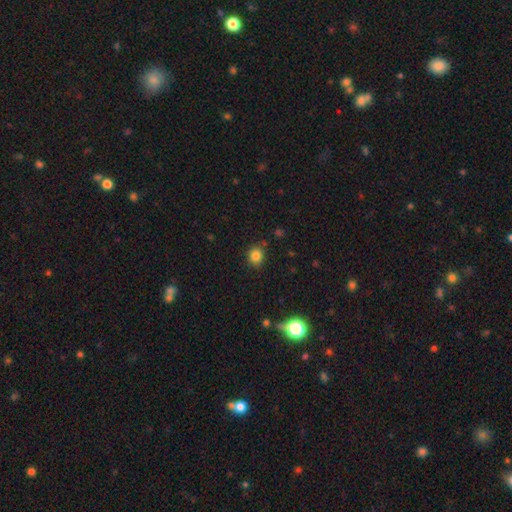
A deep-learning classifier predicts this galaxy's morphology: Smooth or featured? smooth (82%)
How rounded? round (73%)
Merging? none (84%)